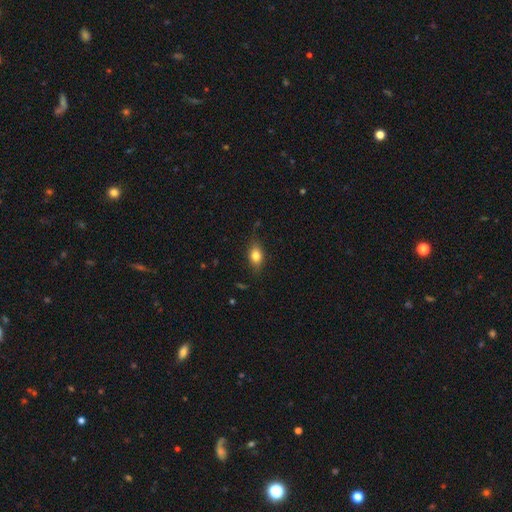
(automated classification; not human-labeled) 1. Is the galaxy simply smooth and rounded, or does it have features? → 78% smooth, 13% featured or disk, 9% star or artifact.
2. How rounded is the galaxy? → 78% in between, 16% round, 6% cigar-shaped.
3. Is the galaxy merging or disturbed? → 77% none, 18% minor disturbance, 4% major disturbance, 1% merger.